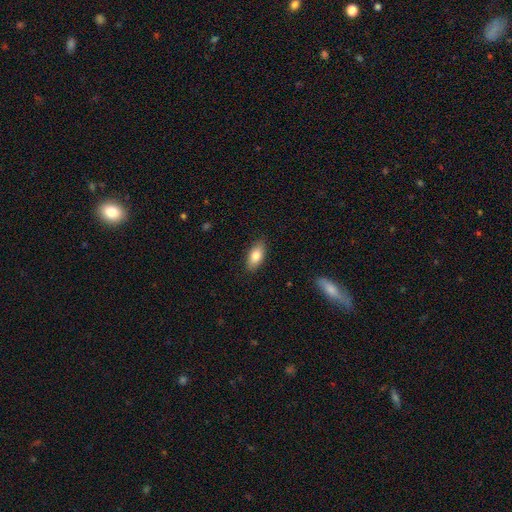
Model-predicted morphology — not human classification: This is clearly a smooth galaxy (82%). How rounded: clearly in between (88%). Merging: clearly none (87%).